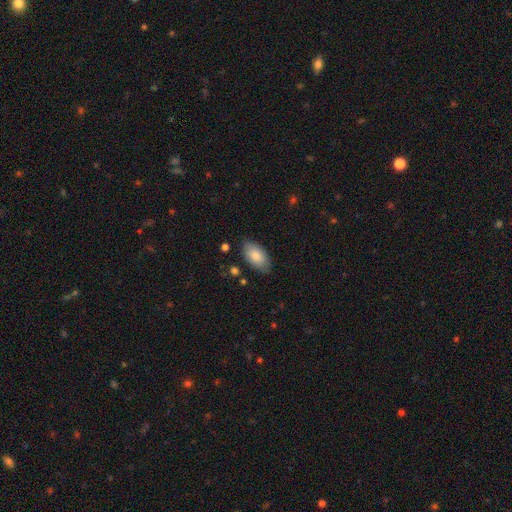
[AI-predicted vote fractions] Smooth or featured? smooth (82%)
How rounded? in between (94%)
Merging? none (79%)